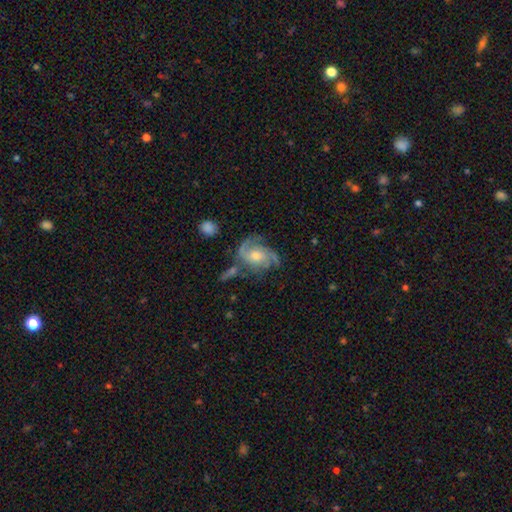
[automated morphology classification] A featured or disk galaxy (84%) with no bar (71%), 3 (37%) medium (46%) spiral arms (96%) and a moderate central bulge (64%).

Vote fractions:
- Smooth or featured? featured or disk: 84% / smooth: 10% / star or artifact: 7%
- Edge-on disk? no: 97% / yes: 3%
- Bar? no: 71% / weak: 25% / strong: 5%
- Spiral arms? yes: 96% / no: 4%
- Spiral winding? medium: 46% / tight: 38% / loose: 16%
- Spiral arm count? 3: 37% / 2: 34% / can't tell: 13% / 4: 6% / 1: 5% / more than 4: 4%
- Bulge size? moderate: 64% / small: 28% / large: 5% / none: 2% / dominant: 1%
- Merging? none: 60% / minor disturbance: 21% / major disturbance: 12% / merger: 7%